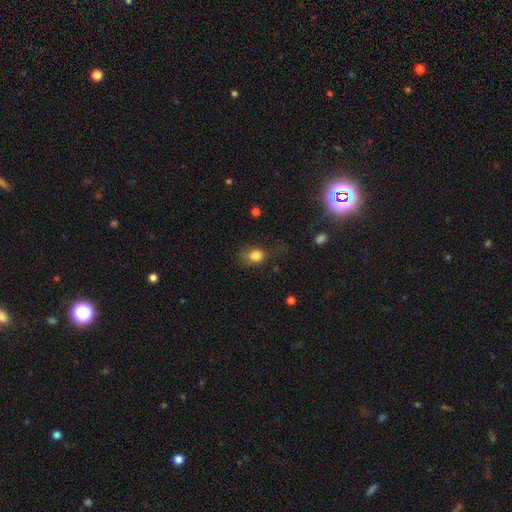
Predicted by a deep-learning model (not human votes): Smooth or featured: smooth — 82% (star or artifact — 11%)
How rounded: in between — 60% (round — 39%)
Merging: none — 61% (minor disturbance — 25%)